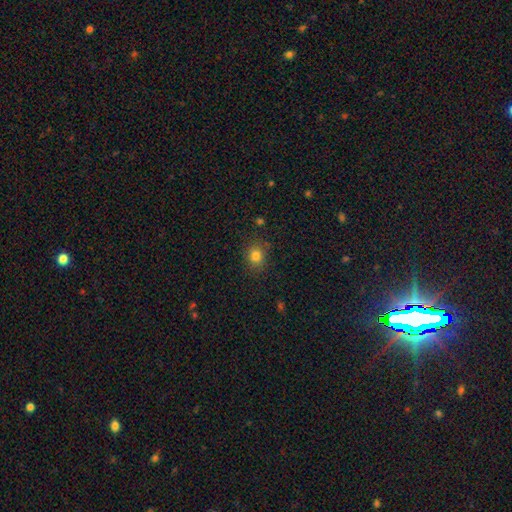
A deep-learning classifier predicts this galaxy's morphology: smooth-or-featured: smooth: 81% | star or artifact: 13% | featured or disk: 6%
  how-rounded: round: 69% | in between: 30% | cigar-shaped: 1%
  merging: none: 84% | minor disturbance: 11% | major disturbance: 3% | merger: 2%